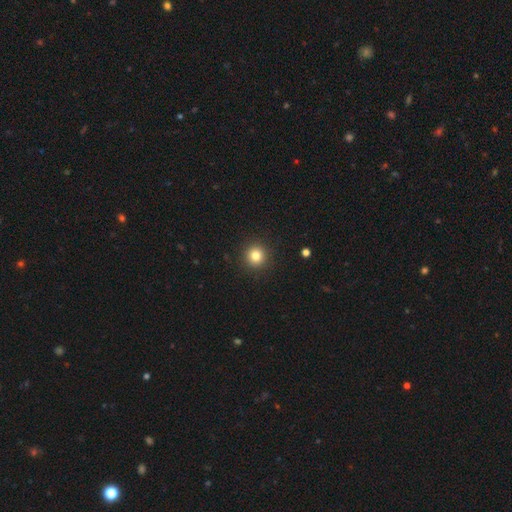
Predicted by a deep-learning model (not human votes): The model was most divided on "smooth or featured": smooth: 82%, star or artifact: 12%, featured or disk: 6%. More confident: how rounded — round (94%); merging — none (92%).